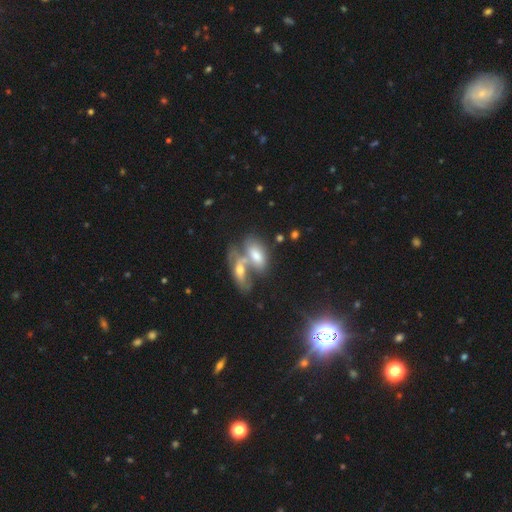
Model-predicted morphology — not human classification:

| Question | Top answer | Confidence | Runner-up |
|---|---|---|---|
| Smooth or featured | smooth | 54% | featured or disk (35%) |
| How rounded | in between | 84% | cigar-shaped (11%) |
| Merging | merger | 62% | none (23%) |